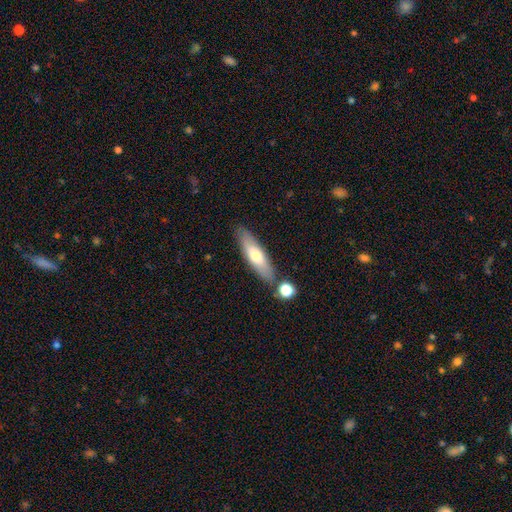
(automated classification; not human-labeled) The model was most divided on "how rounded": cigar-shaped: 61%, in between: 37%, round: 2%. More confident: merging — none (78%); smooth or featured — smooth (62%).